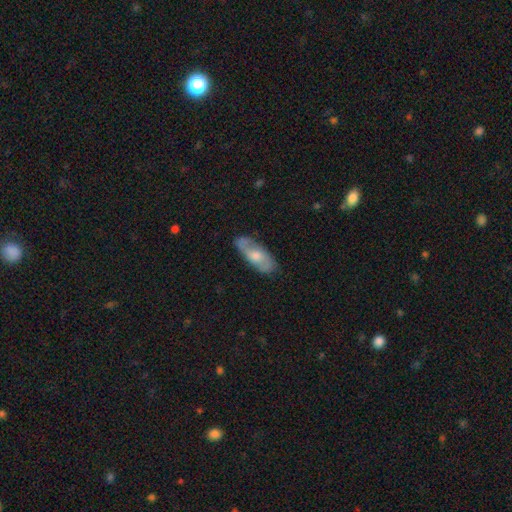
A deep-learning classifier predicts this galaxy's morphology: Smooth or featured? Predicted: featured or disk (p=0.52). Edge-on disk? Predicted: no (p=0.78). Merging? Predicted: none (p=0.77).